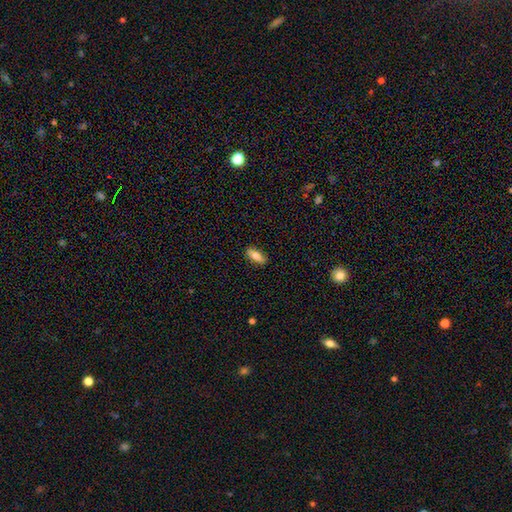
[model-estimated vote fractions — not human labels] smooth 70%, featured or disk 23%, star or artifact 7%. Down the decision tree: how rounded — in between (70%); merging — none (87%).